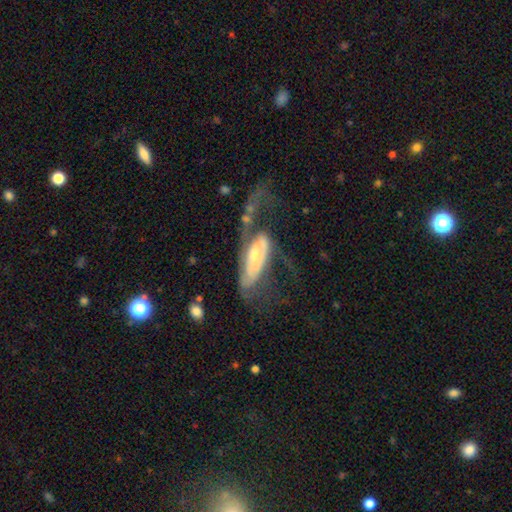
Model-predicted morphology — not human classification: Smooth or featured?
  - featured or disk: 73% *
  - smooth: 21%
  - star or artifact: 6%
Edge-on disk?
  - no: 85% *
  - yes: 15%
Bar?
  - no: 56% *
  - weak: 32%
  - strong: 13%
Spiral arms?
  - yes: 76% *
  - no: 24%
Bulge size?
  - moderate: 53% *
  - small: 30%
  - large: 11%
  - none: 3%
  - dominant: 2%
Merging?
  - major disturbance: 53% *
  - none: 25%
  - minor disturbance: 16%
  - merger: 7%